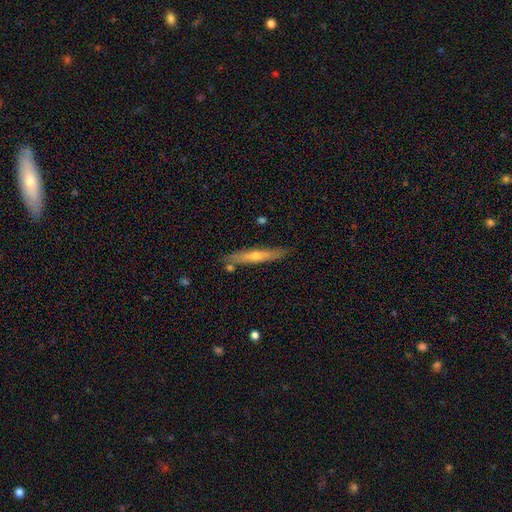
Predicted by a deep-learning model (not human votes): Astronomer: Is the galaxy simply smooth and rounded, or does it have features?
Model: featured or disk — 58% (runner-up: smooth, 36%).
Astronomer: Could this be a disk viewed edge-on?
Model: yes — 89%.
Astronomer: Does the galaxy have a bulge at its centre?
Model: rounded — 79%.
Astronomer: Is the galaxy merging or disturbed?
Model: none — 83%.